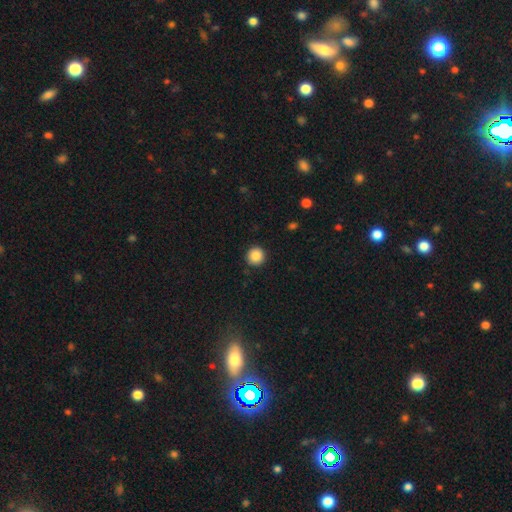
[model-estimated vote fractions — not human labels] Q: Smooth or featured?
A: smooth (87%); runner-up: star or artifact (10%)
Q: How rounded?
A: round (95%); runner-up: in between (4%)
Q: Merging?
A: none (91%); runner-up: minor disturbance (6%)